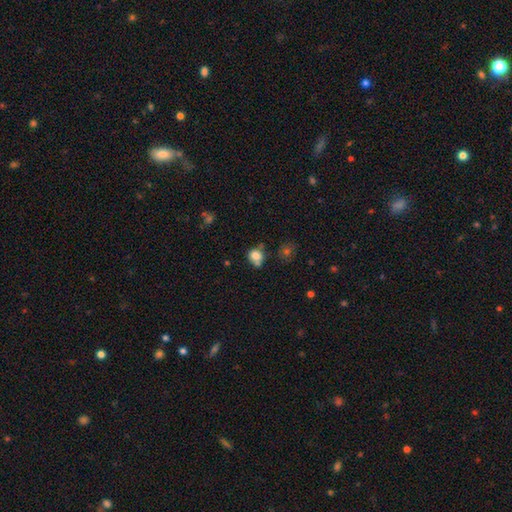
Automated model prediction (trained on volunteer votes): This is likely a smooth galaxy (78%). How rounded: likely round (67%). Merging: possibly none (50%).